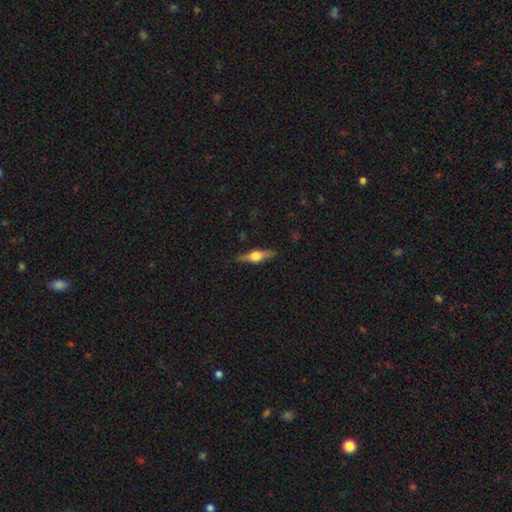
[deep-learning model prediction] smooth-or-featured: featured or disk: 68% | smooth: 25% | star or artifact: 6%
  disk-edge-on: yes: 96% | no: 4%
    edge-on-bulge: rounded: 94% | boxy: 4% | none: 2%
  merging: none: 88% | minor disturbance: 9% | major disturbance: 2% | merger: 1%